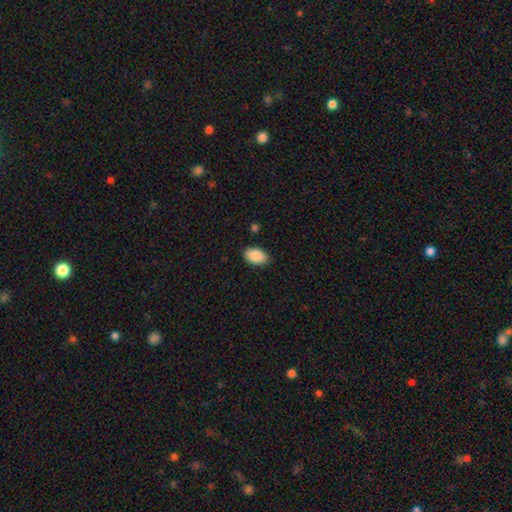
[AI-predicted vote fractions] Smooth or featured? Predicted: smooth (p=0.89). How rounded? Predicted: in between (p=0.92). Merging? Predicted: none (p=0.87).